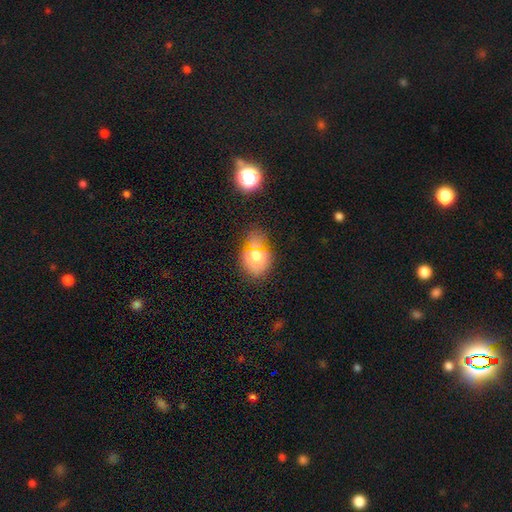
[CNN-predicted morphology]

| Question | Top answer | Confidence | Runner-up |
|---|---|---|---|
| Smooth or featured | smooth | 71% | featured or disk (15%) |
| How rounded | in between | 63% | round (36%) |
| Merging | none | 61% | minor disturbance (22%) |